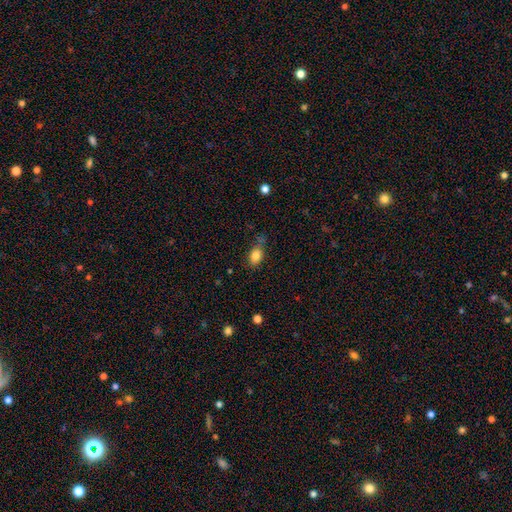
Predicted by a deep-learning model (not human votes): Q: Smooth or featured?
A: smooth (83%); runner-up: star or artifact (9%)
Q: How rounded?
A: in between (85%); runner-up: round (12%)
Q: Merging?
A: none (66%); runner-up: minor disturbance (23%)